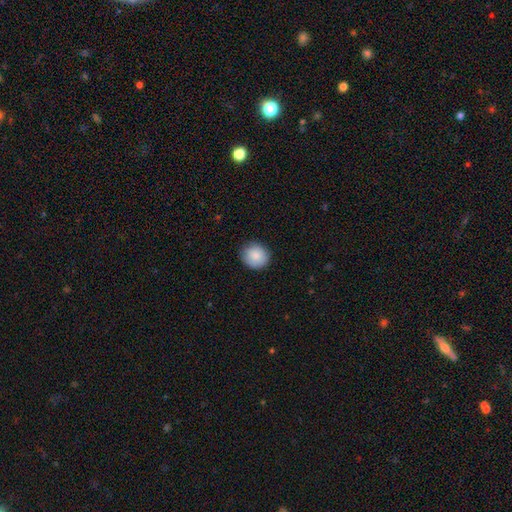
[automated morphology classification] This appears to be a smooth galaxy with no disk features (87%) that is round (83%). Merging: none (86%).